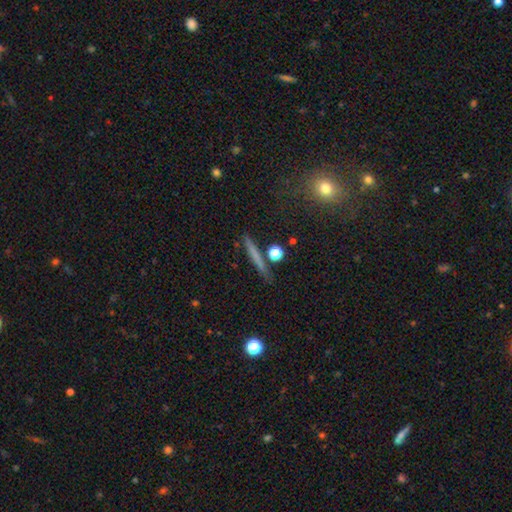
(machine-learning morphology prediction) A smooth galaxy with no disk features (60%) that is cigar-shaped (90%). Merging: none (85%).